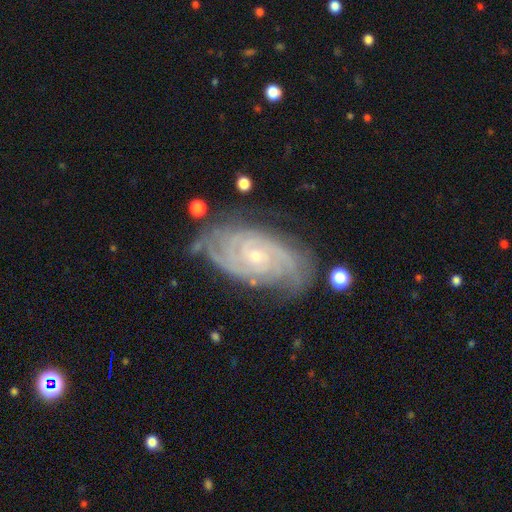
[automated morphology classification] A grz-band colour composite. It shows a featured or disk galaxy (91%) with no bar (72%), 3 (23%) tight (78%) spiral arms (98%) and a small central bulge (80%). Merging: none (71%).